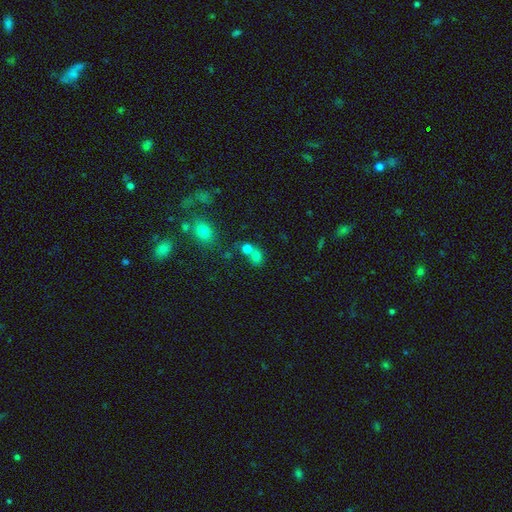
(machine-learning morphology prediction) Q: Smooth or featured?
A: smooth (73%); runner-up: star or artifact (16%)
Q: How rounded?
A: round (63%); runner-up: in between (36%)
Q: Merging?
A: merger (50%); runner-up: none (39%)